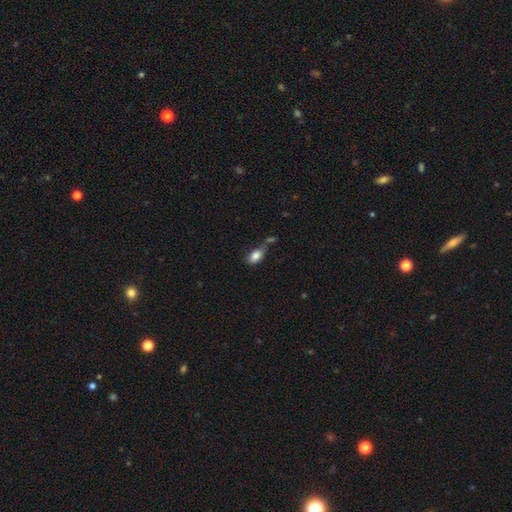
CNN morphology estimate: Smooth or featured?
  - smooth: 83% *
  - featured or disk: 9%
  - star or artifact: 8%
How rounded?
  - in between: 89% *
  - round: 8%
  - cigar-shaped: 3%
Merging?
  - none: 43% *
  - merger: 24%
  - minor disturbance: 22%
  - major disturbance: 11%